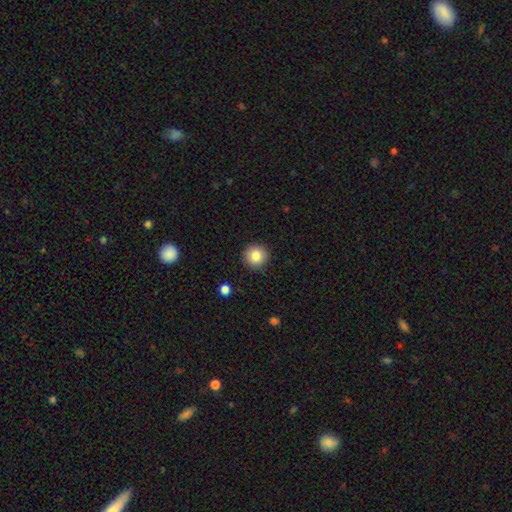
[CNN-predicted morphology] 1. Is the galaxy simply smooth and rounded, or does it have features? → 84% smooth, 9% star or artifact, 7% featured or disk.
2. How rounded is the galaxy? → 95% round, 4% in between, 1% cigar-shaped.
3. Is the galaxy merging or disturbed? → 91% none, 6% minor disturbance, 2% major disturbance, 1% merger.